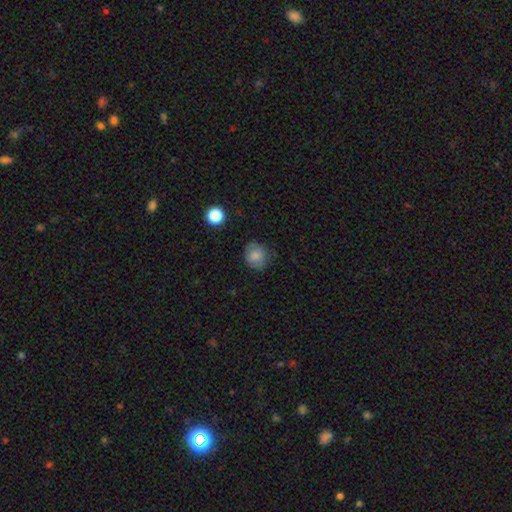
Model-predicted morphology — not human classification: Smooth or featured?
  - smooth: 72% *
  - featured or disk: 19%
  - star or artifact: 9%
How rounded?
  - round: 71% *
  - in between: 28%
  - cigar-shaped: 1%
Merging?
  - none: 75% *
  - minor disturbance: 19%
  - major disturbance: 5%
  - merger: 1%